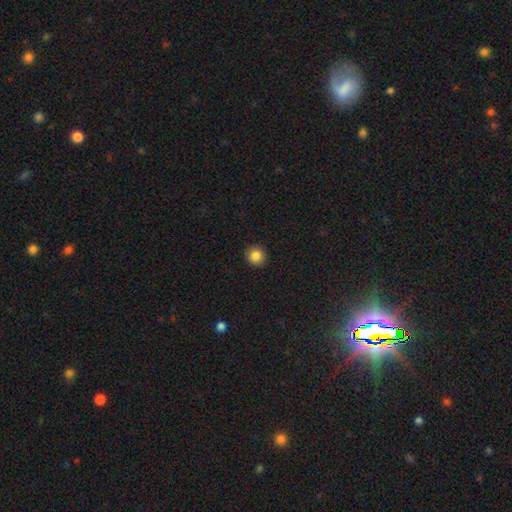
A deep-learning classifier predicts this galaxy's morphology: type=smooth (86%); roundness=round (90%); merging=none (91%).